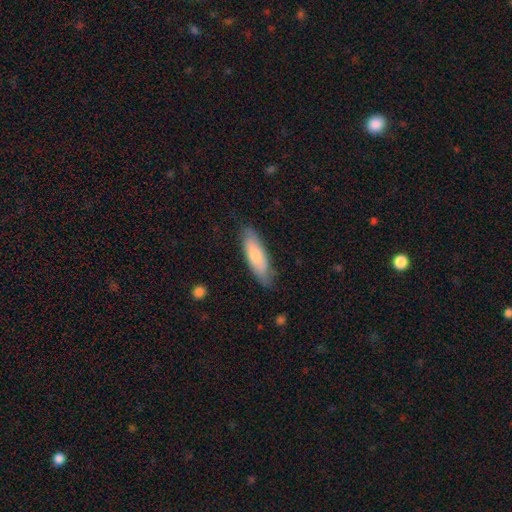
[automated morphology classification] Smooth or featured? Predicted: smooth (p=0.73). How rounded? Predicted: cigar-shaped (p=0.50). Merging? Predicted: none (p=0.79).